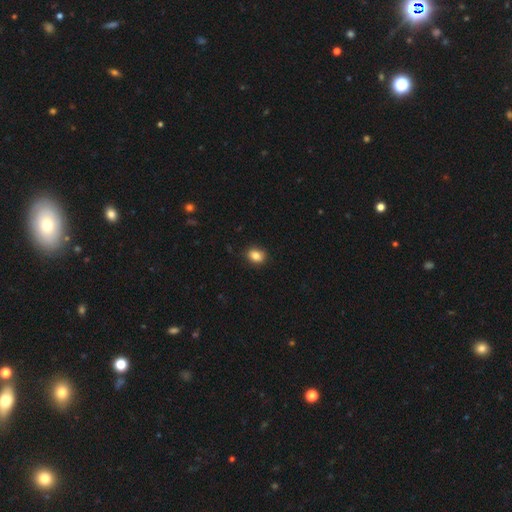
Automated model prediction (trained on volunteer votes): A smooth galaxy with no disk features (85%) that is in between round and cigar-shaped (58%). Merging: none (88%).